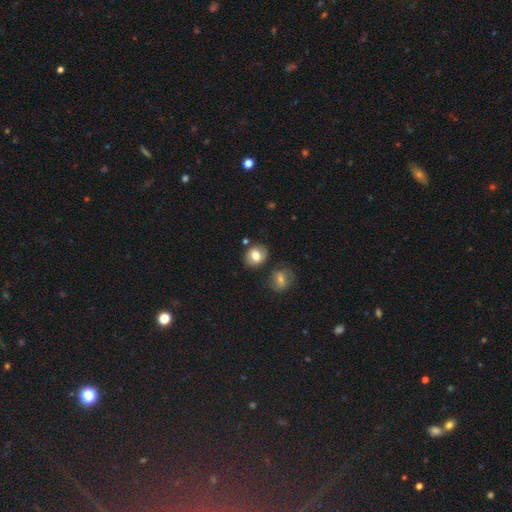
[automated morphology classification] Overall: smooth (75%). How rounded: round (66%; in between 33%). Merging: none (76%).